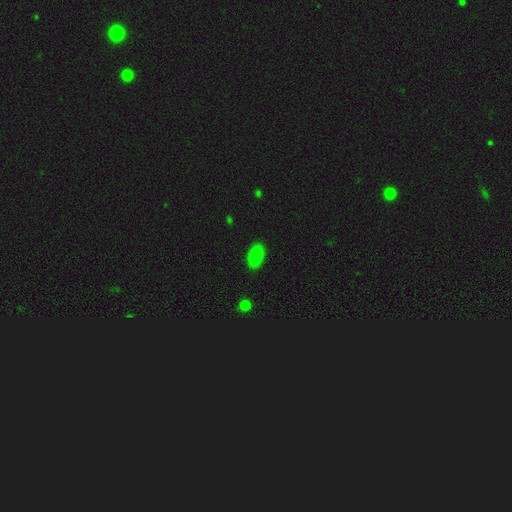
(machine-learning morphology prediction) Smooth or featured? smooth (84%)
How rounded? in between (94%)
Merging? none (86%)